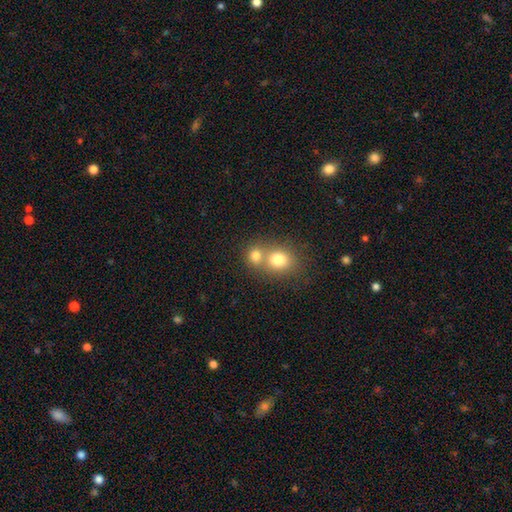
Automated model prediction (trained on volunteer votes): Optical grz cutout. It shows a smooth galaxy with no disk features (78%) that is round (78%). Merging: merger (52%).